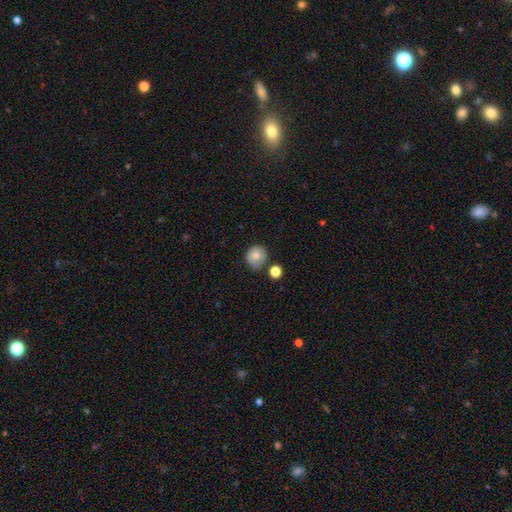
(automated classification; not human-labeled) Overall: smooth (76%). How rounded: round (89%). Merging: none (73%).